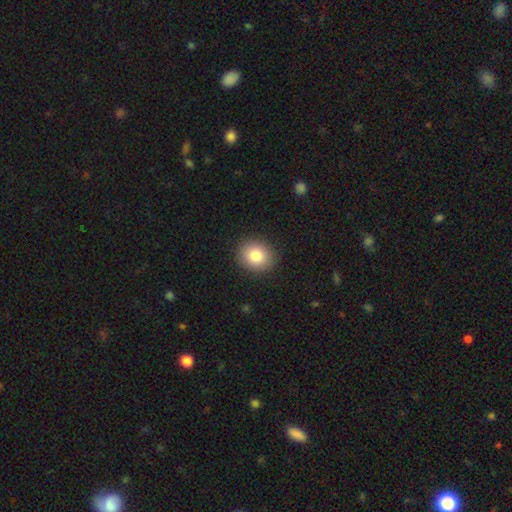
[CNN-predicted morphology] type=smooth (83%); roundness=round (74%); merging=none (90%).